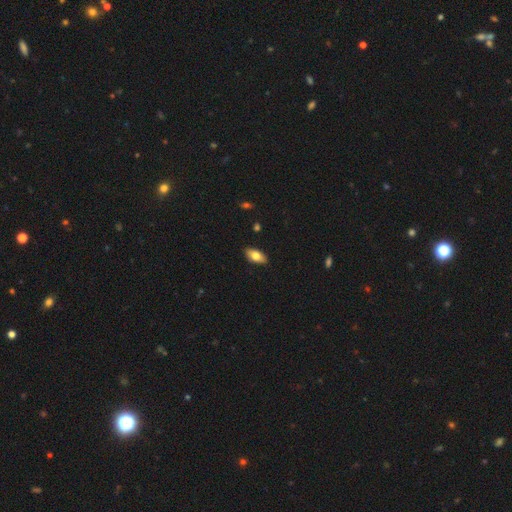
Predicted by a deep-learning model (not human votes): A smooth galaxy with no disk features (75%) that is in between round and cigar-shaped (91%).

Vote fractions:
- Smooth or featured? smooth: 75% / featured or disk: 18% / star or artifact: 7%
- How rounded? in between: 91% / cigar-shaped: 6% / round: 3%
- Merging? none: 88% / minor disturbance: 9% / major disturbance: 2% / merger: 1%